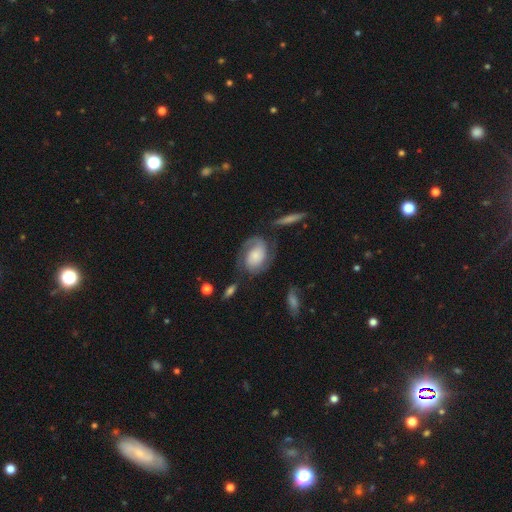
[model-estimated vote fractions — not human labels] Smooth or featured?
  - featured or disk: 73% *
  - smooth: 20%
  - star or artifact: 7%
Edge-on disk?
  - no: 97% *
  - yes: 3%
Bar?
  - no: 67% *
  - weak: 25%
  - strong: 8%
Spiral arms?
  - yes: 94% *
  - no: 6%
Spiral winding?
  - medium: 43% *
  - tight: 39%
  - loose: 17%
Spiral arm count?
  - 2: 82% *
  - 1: 7%
  - can't tell: 6%
  - 3: 2%
  - 4: 1%
  - more than 4: 1%
Bulge size?
  - small: 31% *
  - large: 22%
  - moderate: 21%
  - none: 17%
  - dominant: 7%
Merging?
  - none: 63% *
  - minor disturbance: 20%
  - major disturbance: 13%
  - merger: 5%